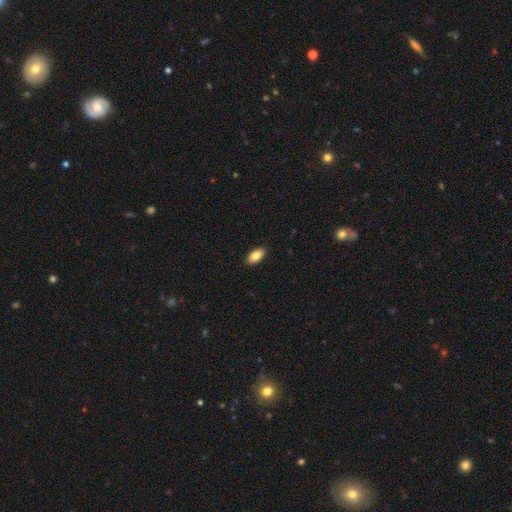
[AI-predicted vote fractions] Overall: smooth (84%). How rounded: in between (92%). Merging: none (90%).